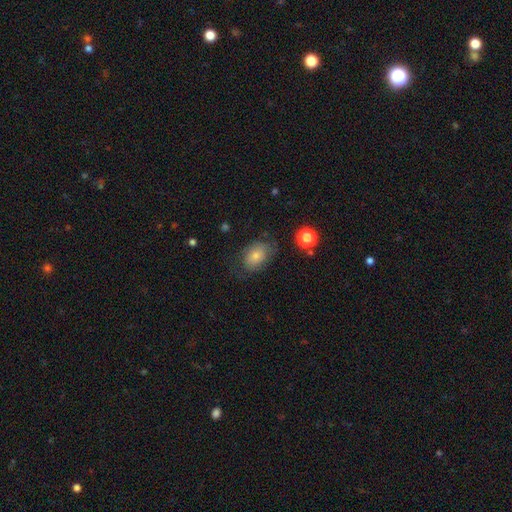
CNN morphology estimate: smooth 66%, featured or disk 22%, star or artifact 12%. Down the decision tree: how rounded — in between (79%); merging — none (66%).